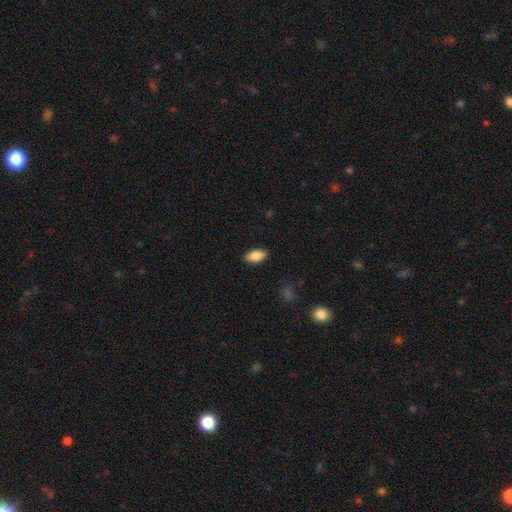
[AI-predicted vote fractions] The model was most divided on "smooth or featured": smooth: 84%, featured or disk: 9%, star or artifact: 7%. More confident: how rounded — in between (91%); merging — none (88%).